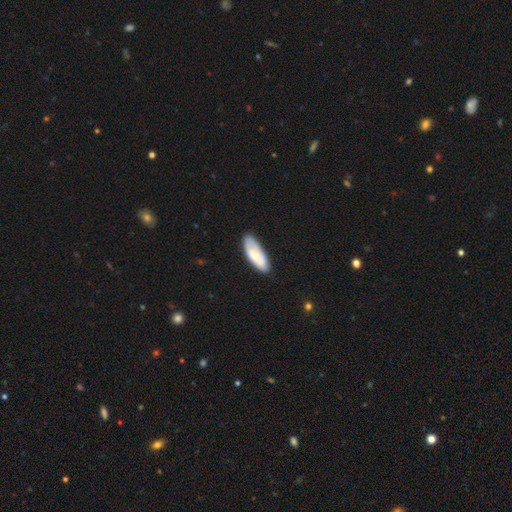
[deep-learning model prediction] A smooth galaxy with no disk features (59%) that is in between round and cigar-shaped (74%).

Vote fractions:
- Smooth or featured? smooth: 59% / featured or disk: 36% / star or artifact: 5%
- How rounded? in between: 74% / cigar-shaped: 24% / round: 2%
- Merging? none: 77% / minor disturbance: 18% / major disturbance: 3% / merger: 2%